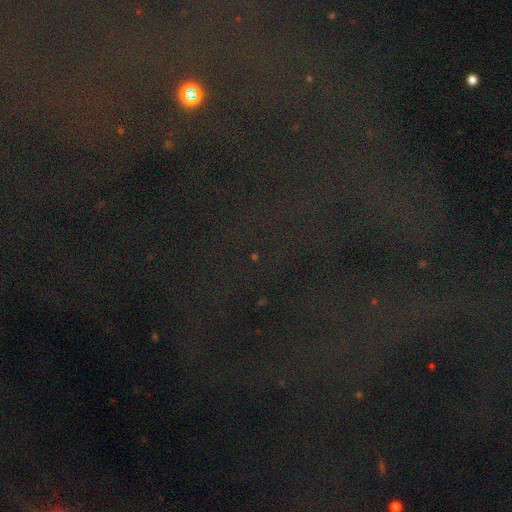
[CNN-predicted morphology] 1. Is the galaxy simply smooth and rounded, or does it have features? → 80% star or artifact, 11% smooth, 9% featured or disk.